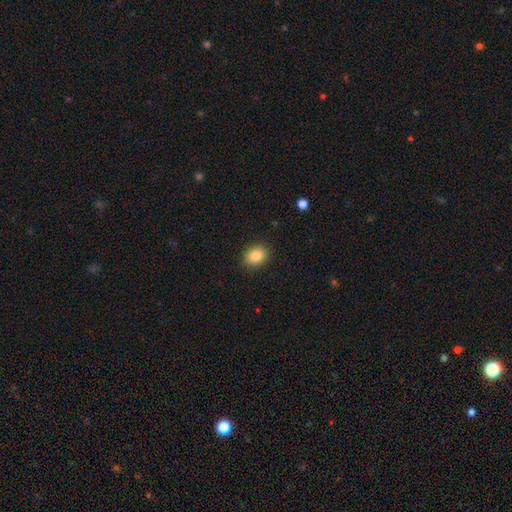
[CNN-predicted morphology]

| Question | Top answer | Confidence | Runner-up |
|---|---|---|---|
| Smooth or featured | smooth | 86% | star or artifact (9%) |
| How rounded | in between | 54% | round (45%) |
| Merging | none | 89% | minor disturbance (8%) |